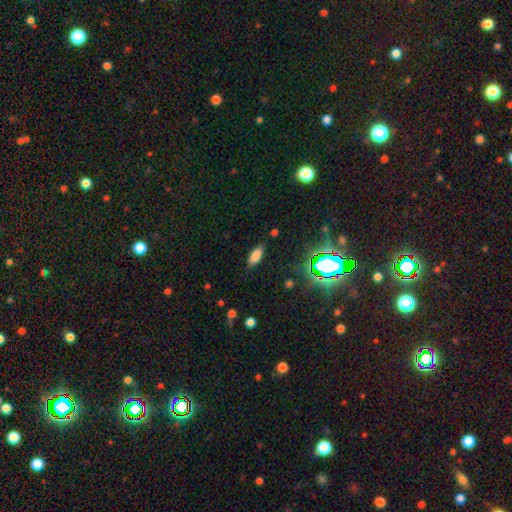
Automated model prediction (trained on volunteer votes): smooth 76%, star or artifact 15%, featured or disk 9%. Down the decision tree: how rounded — in between (81%); merging — none (84%).